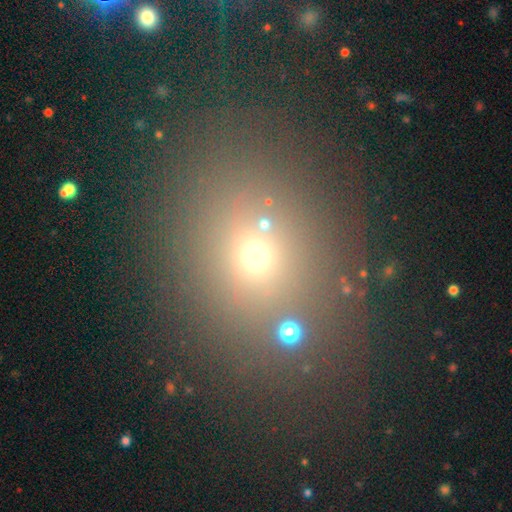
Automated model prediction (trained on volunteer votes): Smooth or featured? smooth (60%)
How rounded? round (57%)
Merging? none (77%)